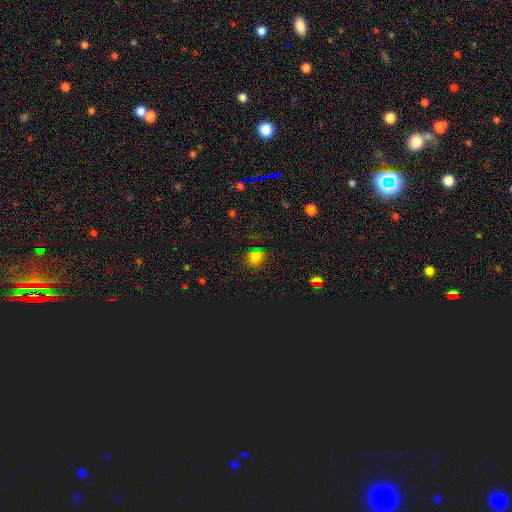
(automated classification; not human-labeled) This appears to be a smooth galaxy with no disk features (69%) that is round (75%). Merging: none (78%).